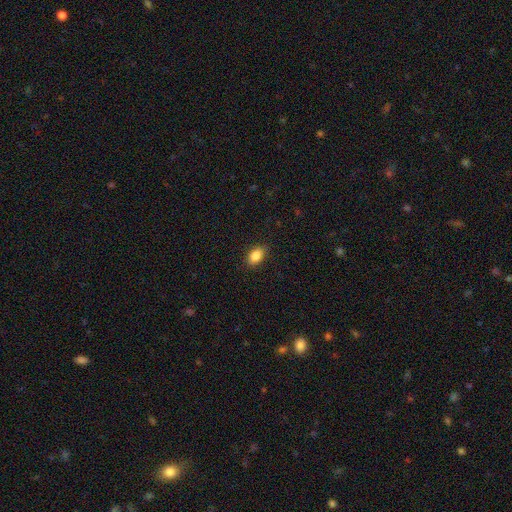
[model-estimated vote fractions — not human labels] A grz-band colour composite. It shows a smooth galaxy with no disk features (86%) that is in between round and cigar-shaped (87%). Merging: none (87%).